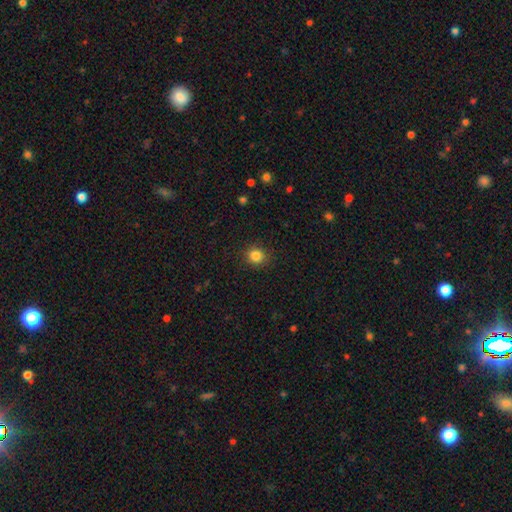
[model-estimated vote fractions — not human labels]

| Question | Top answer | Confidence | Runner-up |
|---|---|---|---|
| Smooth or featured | smooth | 84% | star or artifact (11%) |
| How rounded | round | 84% | in between (15%) |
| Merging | none | 89% | minor disturbance (8%) |